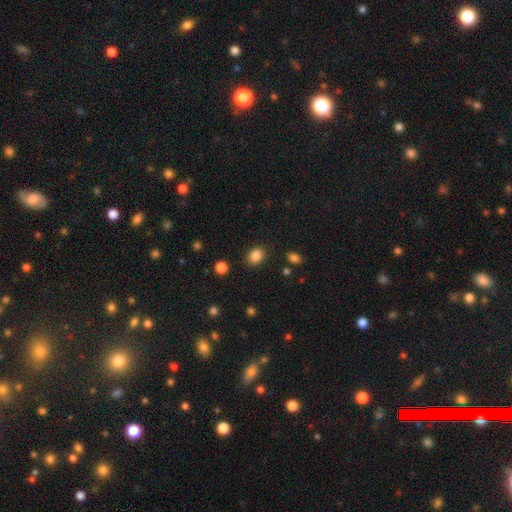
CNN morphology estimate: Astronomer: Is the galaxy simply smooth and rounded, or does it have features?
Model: smooth — 86%.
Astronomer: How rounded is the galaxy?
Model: in between — 51% (runner-up: round, 48%).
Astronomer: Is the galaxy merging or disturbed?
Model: none — 87%.